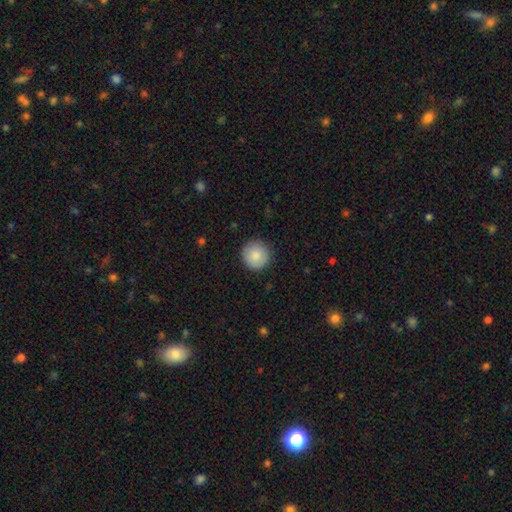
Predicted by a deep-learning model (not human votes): smooth-or-featured: smooth: 86% | featured or disk: 7% | star or artifact: 7%
  how-rounded: round: 95% | in between: 4% | cigar-shaped: 1%
  merging: none: 90% | minor disturbance: 7% | major disturbance: 2% | merger: 1%